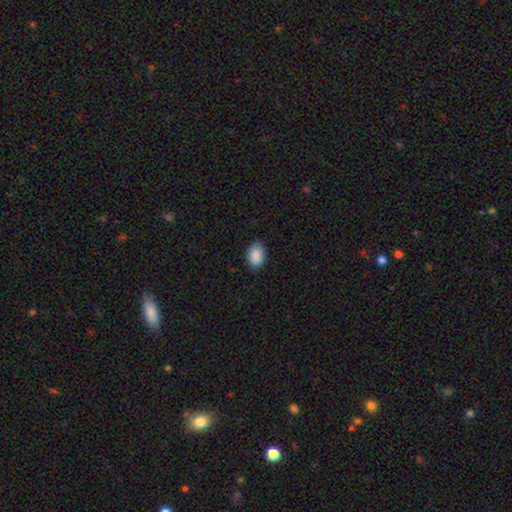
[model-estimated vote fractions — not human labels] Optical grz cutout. It shows a smooth galaxy with no disk features (90%) that is in between round and cigar-shaped (83%). Merging: none (82%).